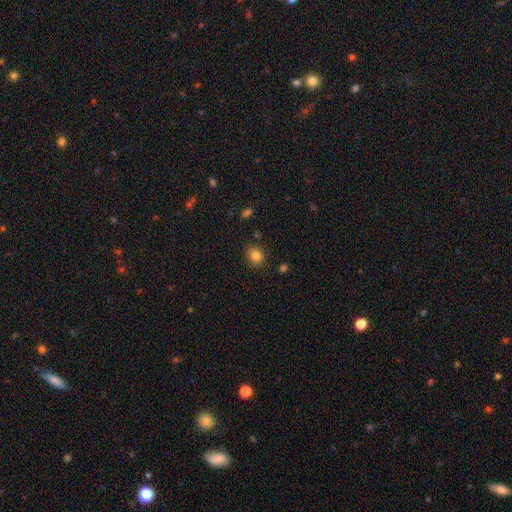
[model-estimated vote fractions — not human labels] A smooth galaxy with no disk features (84%) that is round (67%).

Vote fractions:
- Smooth or featured? smooth: 84% / star or artifact: 11% / featured or disk: 5%
- How rounded? round: 67% / in between: 32% / cigar-shaped: 1%
- Merging? none: 83% / minor disturbance: 11% / major disturbance: 3% / merger: 2%